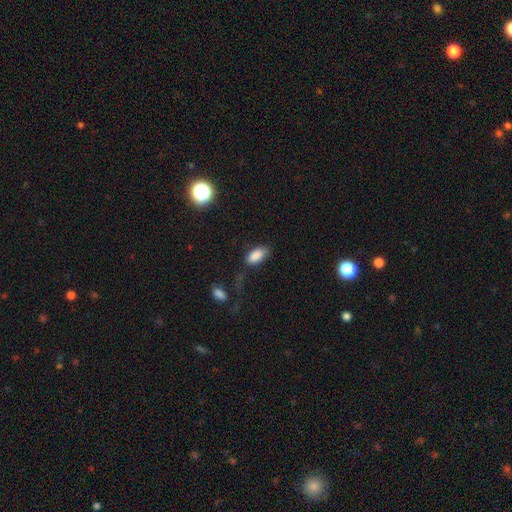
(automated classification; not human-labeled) Smooth or featured: smooth — 85% (star or artifact — 9%)
How rounded: in between — 92% (cigar-shaped — 4%)
Merging: none — 62% (minor disturbance — 23%)